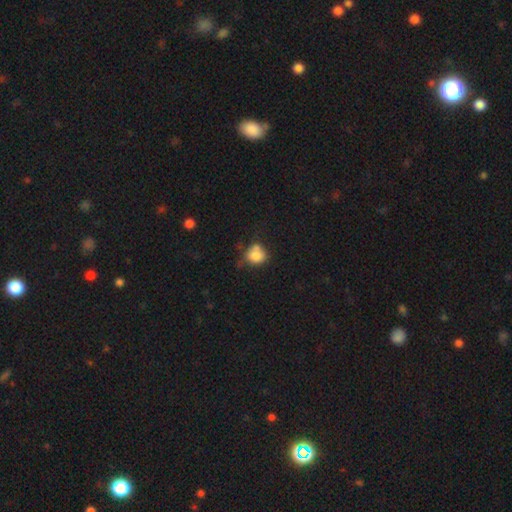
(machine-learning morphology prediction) A smooth galaxy with no disk features (80%) that is round (70%).

Vote fractions:
- Smooth or featured? smooth: 80% / featured or disk: 10% / star or artifact: 10%
- How rounded? round: 70% / in between: 29% / cigar-shaped: 1%
- Merging? none: 45% / minor disturbance: 27% / merger: 19% / major disturbance: 10%